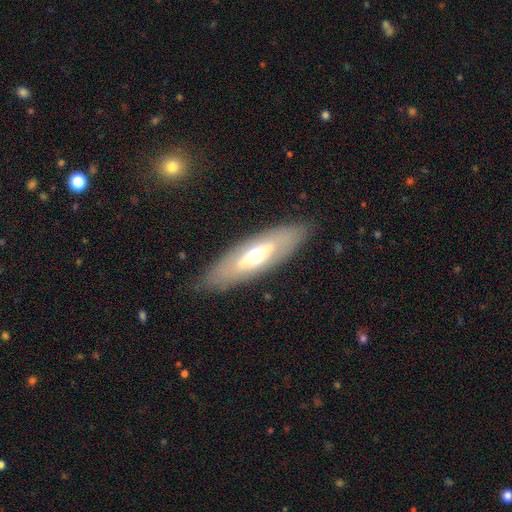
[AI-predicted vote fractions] smooth_or_featured: featured or disk (p=0.52) [alt: smooth p=0.42]
disk_edge_on: no (p=0.64) [alt: yes p=0.36]
merging: none (p=0.83) [alt: minor disturbance p=0.11]